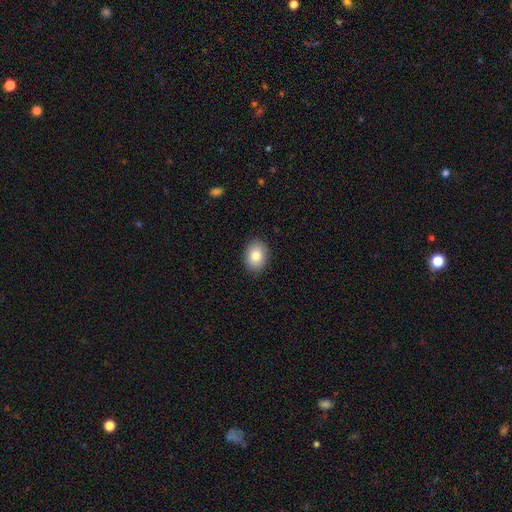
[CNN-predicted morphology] Overall: smooth (83%). How rounded: in between (66%; round 33%). Merging: none (89%).